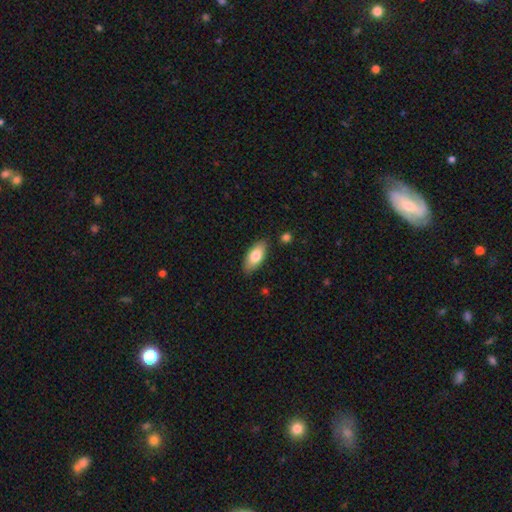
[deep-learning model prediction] Overall: smooth (79%). How rounded: in between (87%). Merging: none (84%).